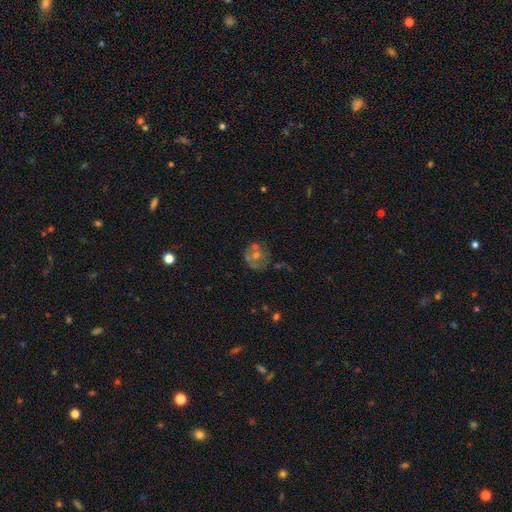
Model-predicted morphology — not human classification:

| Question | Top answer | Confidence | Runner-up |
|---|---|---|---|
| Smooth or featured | featured or disk | 46% | smooth (35%) |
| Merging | none | 58% | minor disturbance (17%) |